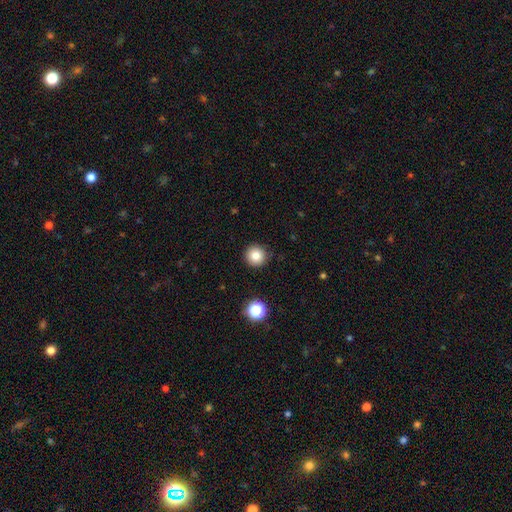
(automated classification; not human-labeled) Smooth or featured?
  - smooth: 82% *
  - star or artifact: 11%
  - featured or disk: 6%
How rounded?
  - round: 95% *
  - in between: 4%
  - cigar-shaped: 1%
Merging?
  - none: 91% *
  - minor disturbance: 6%
  - major disturbance: 2%
  - merger: 1%